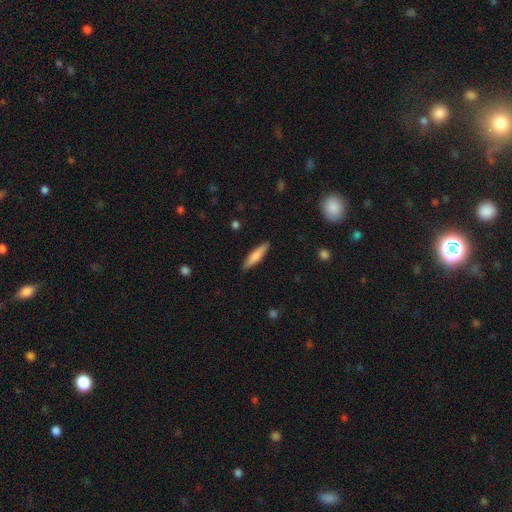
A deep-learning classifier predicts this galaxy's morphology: type=smooth (74%); roundness=cigar-shaped (80%); merging=none (89%).